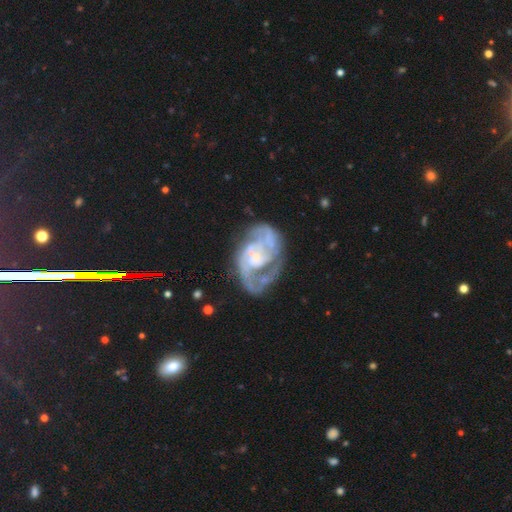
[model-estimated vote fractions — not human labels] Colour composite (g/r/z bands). It shows a featured or disk galaxy (85%) with no bar (57%), 2 (52%) medium (45%) spiral arms (90%) and no central bulge (36%). Merging: none (52%).